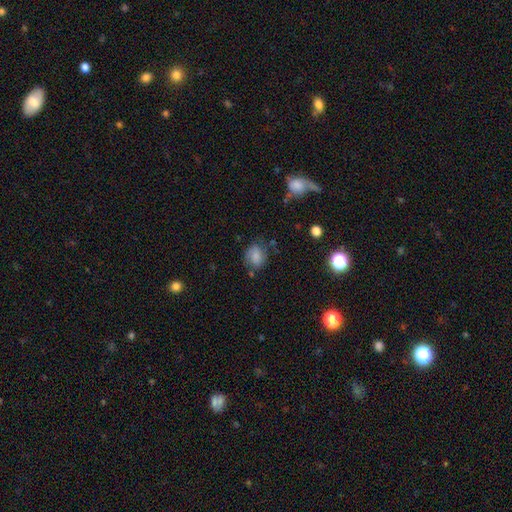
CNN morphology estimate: This is likely a smooth galaxy (70%). How rounded: possibly round (55%). Merging: likely none (63%).